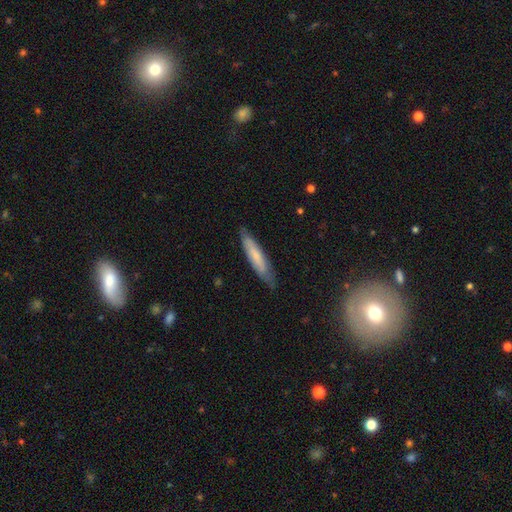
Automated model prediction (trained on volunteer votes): Morphology: type=smooth (65%); roundness=cigar-shaped (86%); merging=none (80%).